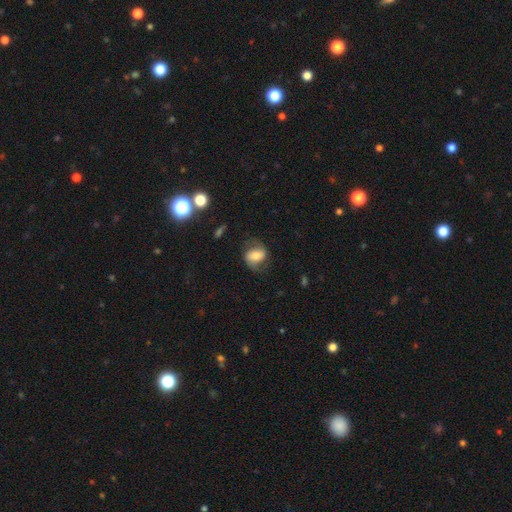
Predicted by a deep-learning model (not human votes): smooth-or-featured: featured or disk: 53% | smooth: 38% | star or artifact: 9%
  disk-edge-on: no: 96% | yes: 4%
    bar: weak: 37% (tied) | no: 37% (tied) | strong: 27%
    has-spiral-arms: yes: 86% | no: 14%
    bulge-size: moderate: 51% | small: 23% | large: 18% | dominant: 4% | none: 4%
  merging: none: 67% | minor disturbance: 20% | major disturbance: 12% | merger: 2%